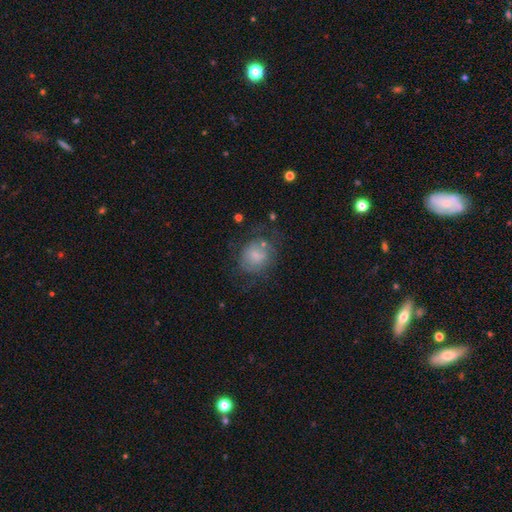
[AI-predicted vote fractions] Smooth or featured? smooth (55%)
How rounded? round (66%)
Merging? none (46%)